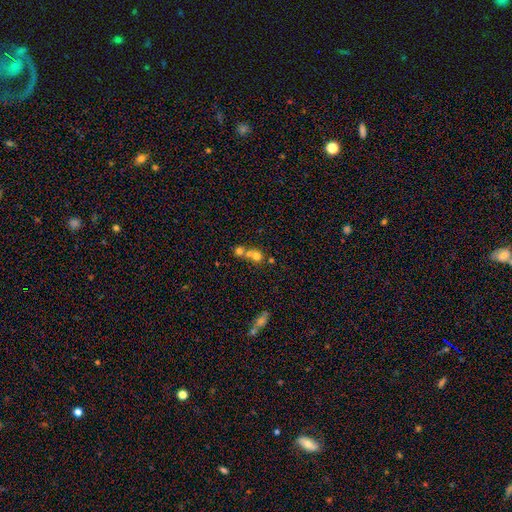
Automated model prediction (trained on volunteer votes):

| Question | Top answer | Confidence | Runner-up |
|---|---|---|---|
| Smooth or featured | smooth | 67% | featured or disk (16%) |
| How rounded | round | 84% | in between (14%) |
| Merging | merger | 56% | none (36%) |